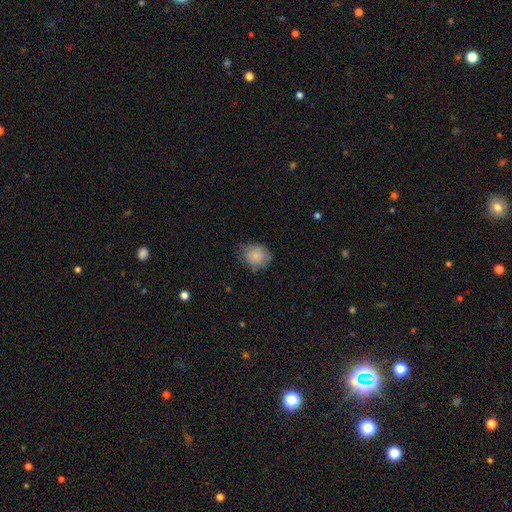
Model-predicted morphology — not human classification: Smooth or featured? smooth (80%)
How rounded? round (62%)
Merging? none (59%)